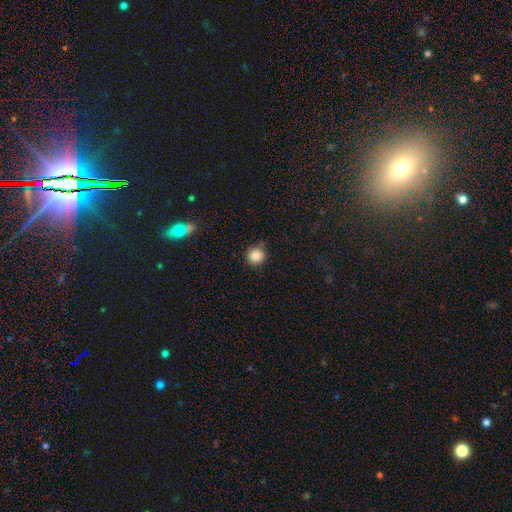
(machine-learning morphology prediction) Smooth or featured: smooth — 85% (star or artifact — 11%)
How rounded: round — 94% (in between — 5%)
Merging: none — 79% (minor disturbance — 15%)